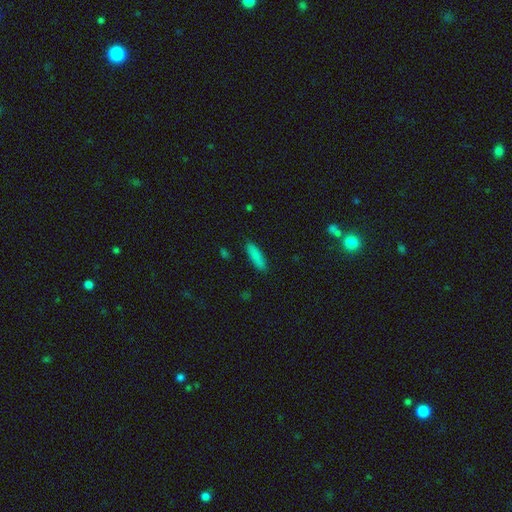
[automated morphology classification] A smooth galaxy with no disk features (86%) that is cigar-shaped (63%). Merging: none (89%).